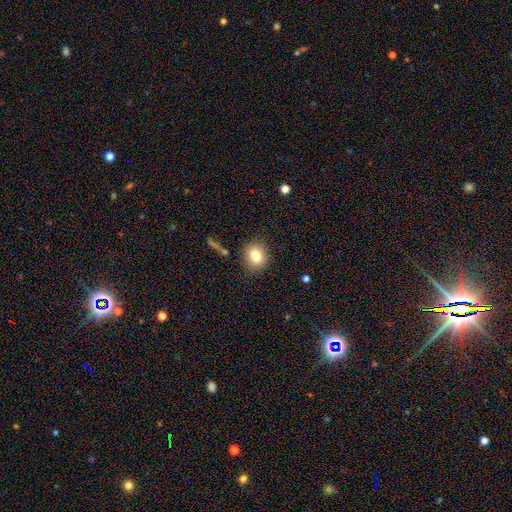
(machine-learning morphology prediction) This is likely a smooth galaxy (79%). How rounded: likely round (65%). Merging: clearly none (85%).